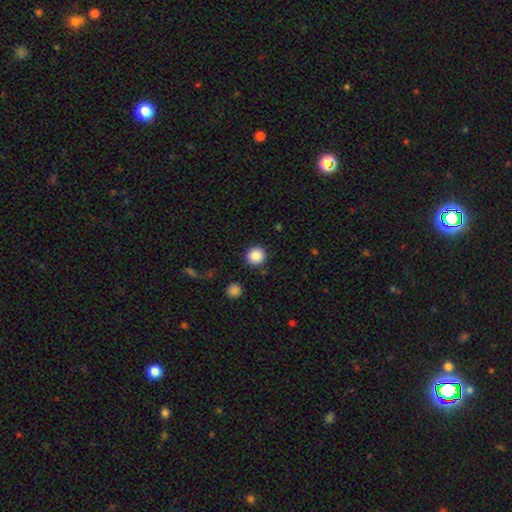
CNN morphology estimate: Smooth or featured: smooth — 87% (star or artifact — 9%)
How rounded: round — 90% (in between — 9%)
Merging: none — 89% (minor disturbance — 6%)